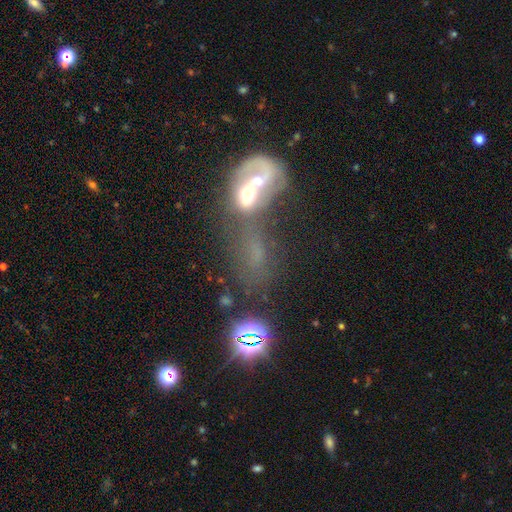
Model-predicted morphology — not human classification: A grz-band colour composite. It shows a featured or disk galaxy (40%). Merging: merger (72%).